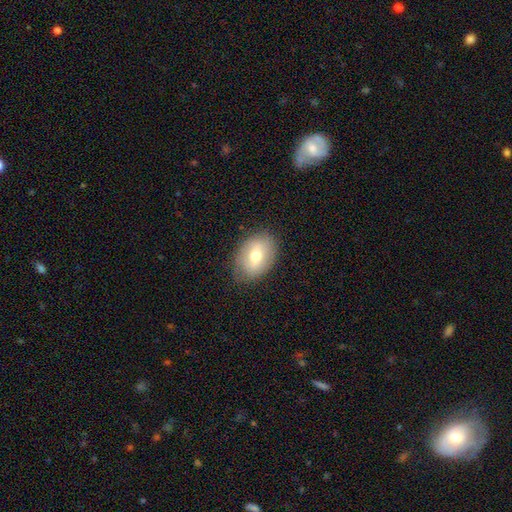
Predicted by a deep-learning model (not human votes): Smooth or featured?
  - smooth: 64% *
  - featured or disk: 28%
  - star or artifact: 8%
How rounded?
  - in between: 79% *
  - round: 20%
  - cigar-shaped: 1%
Merging?
  - none: 82% *
  - minor disturbance: 13%
  - major disturbance: 3%
  - merger: 1%